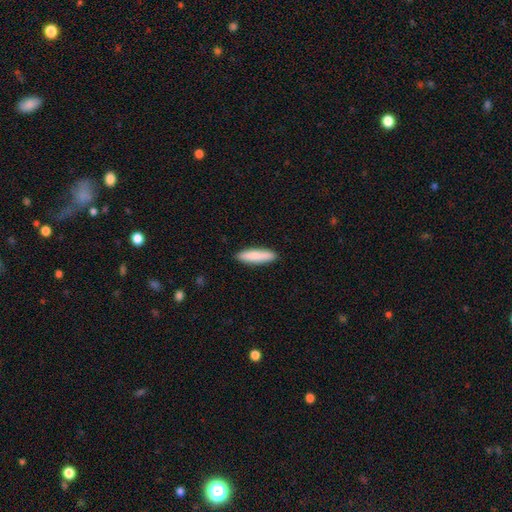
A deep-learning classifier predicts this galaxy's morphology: A smooth galaxy with no disk features (85%) that is cigar-shaped (76%).

Vote fractions:
- Smooth or featured? smooth: 85% / featured or disk: 9% / star or artifact: 5%
- How rounded? cigar-shaped: 76% / in between: 23% / round: 1%
- Merging? none: 90% / minor disturbance: 7% / major disturbance: 1% / merger: 1%